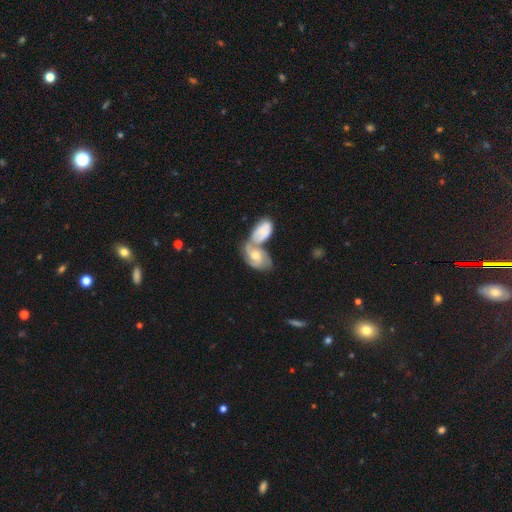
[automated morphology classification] The model was most divided on "spiral winding": medium: 43%, tight: 39%, loose: 18%. More confident: edge-on disk — no (95%); spiral arms — yes (89%); merging — merger (67%); smooth or featured — featured or disk (67%); bar — no (65%); spiral arm count — 2 (56%); bulge size — moderate (54%).